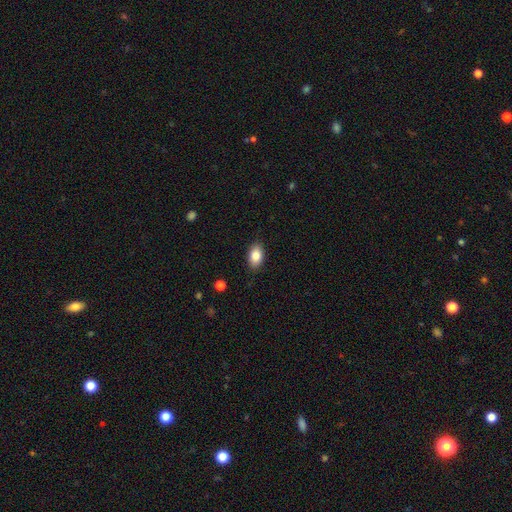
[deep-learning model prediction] This appears to be a smooth galaxy with no disk features (83%) that is in between round and cigar-shaped (89%). Merging: none (87%).